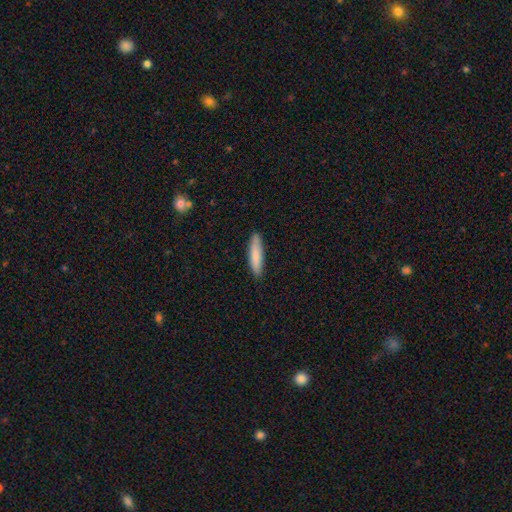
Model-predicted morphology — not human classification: smooth 82%, featured or disk 13%, star or artifact 6%. Down the decision tree: how rounded — cigar-shaped (81%); merging — none (88%).